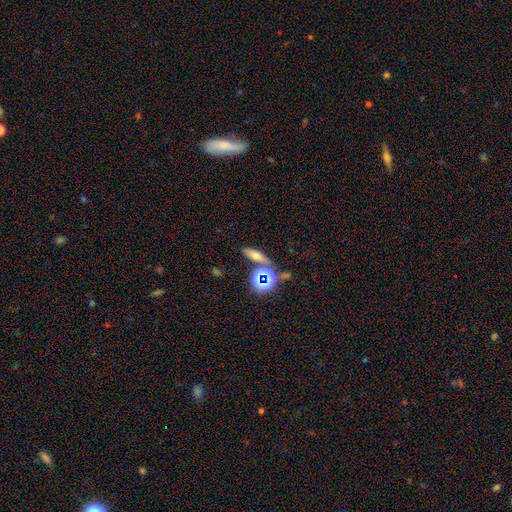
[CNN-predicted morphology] smooth_or_featured: smooth (p=0.57) [alt: star or artifact p=0.26]
how_rounded: cigar-shaped (p=0.47) [alt: in between p=0.40]
merging: none (p=0.72) [alt: merger p=0.13]